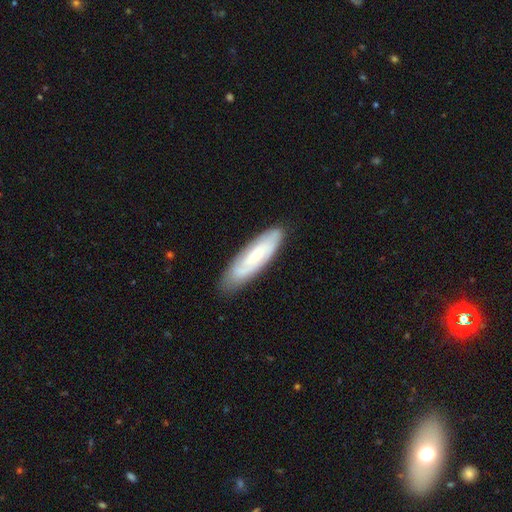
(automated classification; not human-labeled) A smooth galaxy with no disk features (47%).

Vote fractions:
- Smooth or featured? smooth: 47% / featured or disk: 46% / star or artifact: 6%
- Merging? none: 82% / minor disturbance: 14% / major disturbance: 3% / merger: 1%